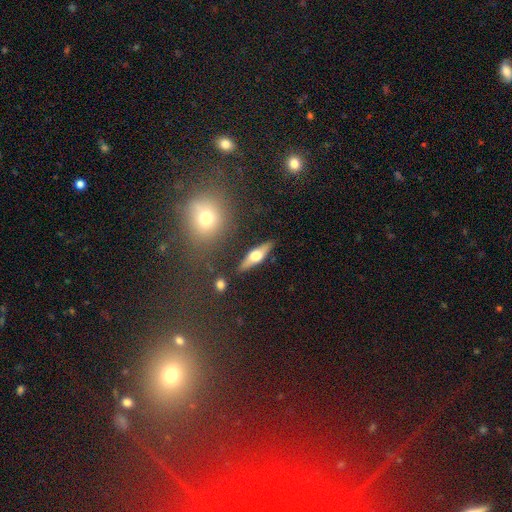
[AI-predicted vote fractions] A featured or disk galaxy (57%) viewed edge-on (91%) with a rounded central bulge (94%). Merging: none (85%).